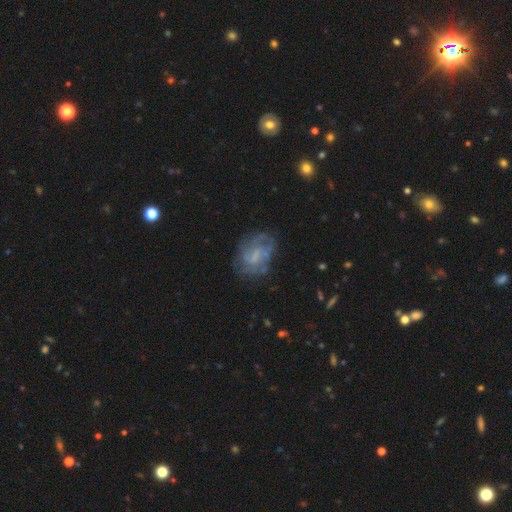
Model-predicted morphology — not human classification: A featured or disk galaxy (63%) with no bar (46%), spiral arms (64%) and no central bulge (46%). Merging: none (59%).